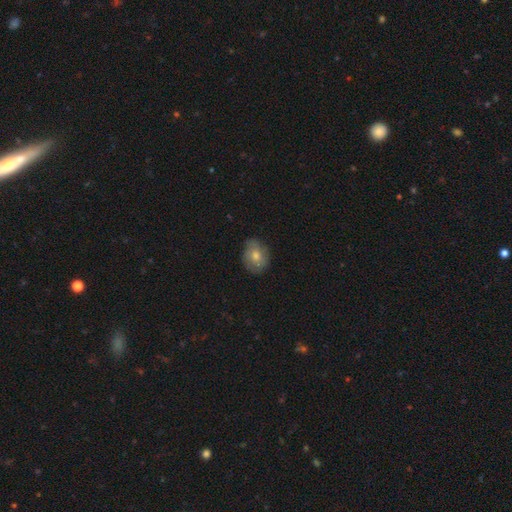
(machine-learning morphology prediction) This is possibly a smooth galaxy (59%). How rounded: possibly round (52%). Merging: likely none (79%).